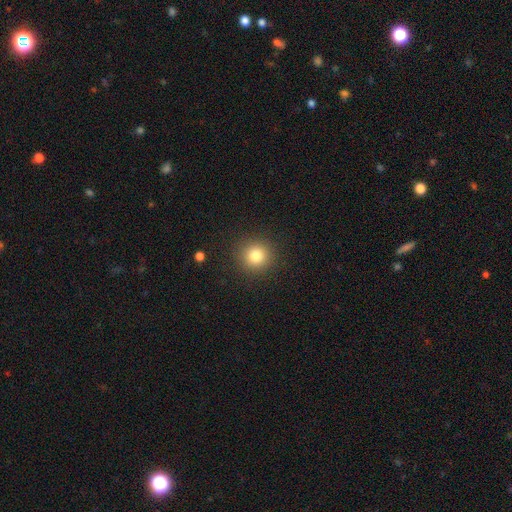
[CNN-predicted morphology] Smooth or featured? smooth (80%)
How rounded? round (94%)
Merging? none (90%)